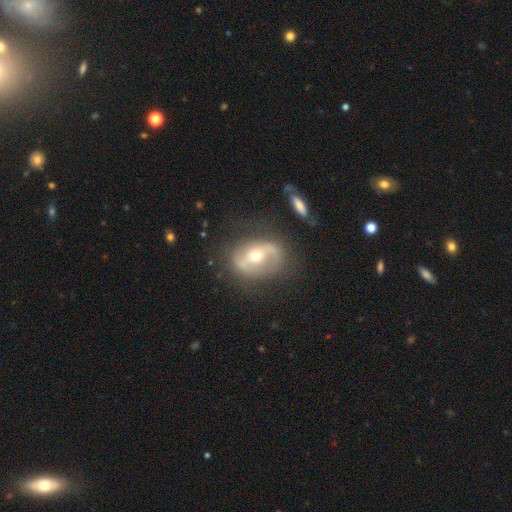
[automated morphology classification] Smooth or featured? featured or disk (71%)
Edge-on disk? no (92%)
Bar? strong (40%)
Spiral arms? yes (65%)
Bulge size? moderate (53%)
Merging? none (64%)